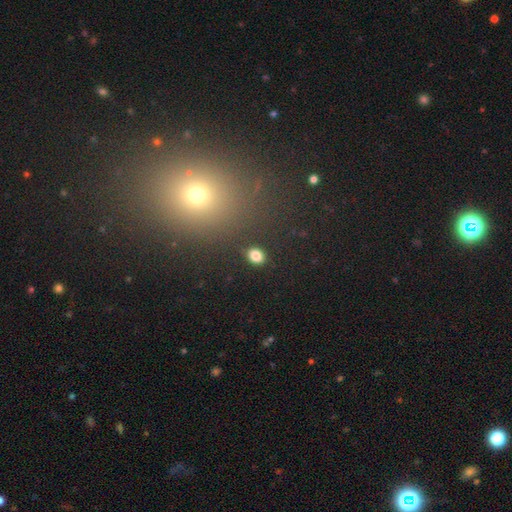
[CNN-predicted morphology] Overall: smooth (83%). How rounded: in between (53%; round 46%). Merging: none (86%).